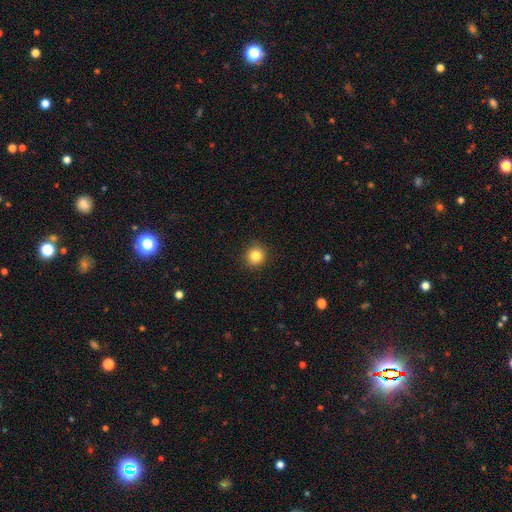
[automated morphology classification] Smooth or featured: smooth — 84% (star or artifact — 11%)
How rounded: round — 94% (in between — 6%)
Merging: none — 91% (minor disturbance — 6%)